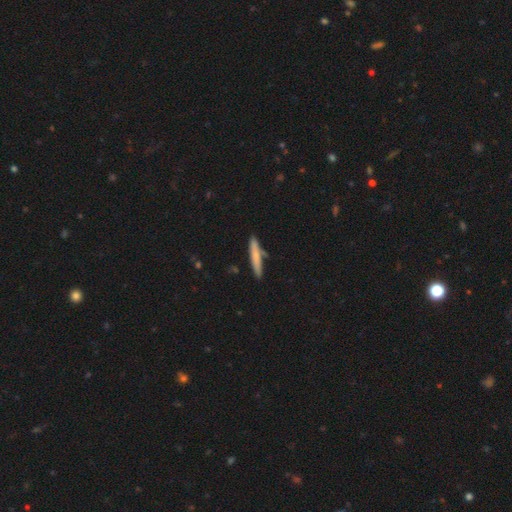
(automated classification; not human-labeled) smooth-or-featured: smooth: 68% | featured or disk: 26% | star or artifact: 6%
  how-rounded: cigar-shaped: 92% | in between: 6% | round: 1%
  merging: none: 78% | minor disturbance: 13% | merger: 6% | major disturbance: 2%